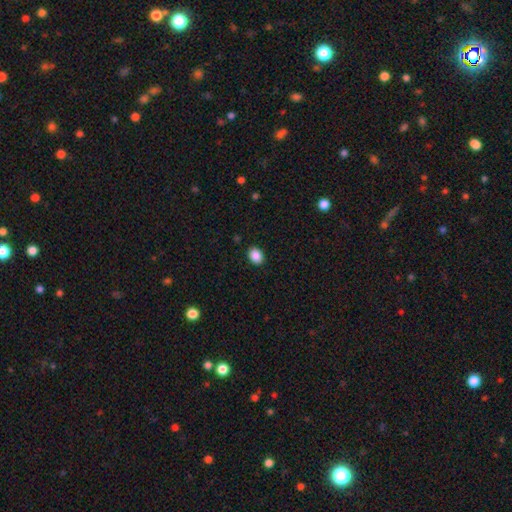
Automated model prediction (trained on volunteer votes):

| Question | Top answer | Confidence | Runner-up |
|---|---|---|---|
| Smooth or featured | smooth | 89% | star or artifact (8%) |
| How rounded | in between | 64% | round (36%) |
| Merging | none | 90% | minor disturbance (7%) |